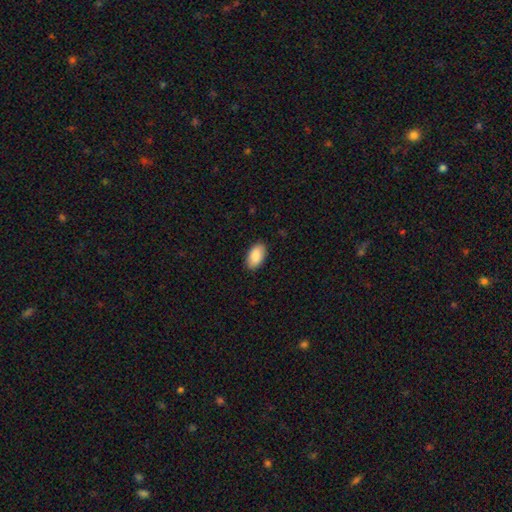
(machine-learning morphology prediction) Q: Smooth or featured?
A: smooth (88%); runner-up: star or artifact (6%)
Q: How rounded?
A: in between (95%); runner-up: round (4%)
Q: Merging?
A: none (89%); runner-up: minor disturbance (8%)